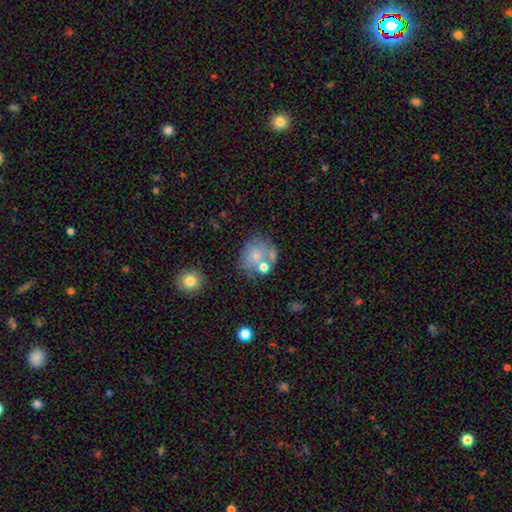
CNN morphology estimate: The model was most divided on "merging": none: 43%, merger: 25%, minor disturbance: 20%, major disturbance: 13%. More confident: how rounded — round (70%); smooth or featured — smooth (55%).